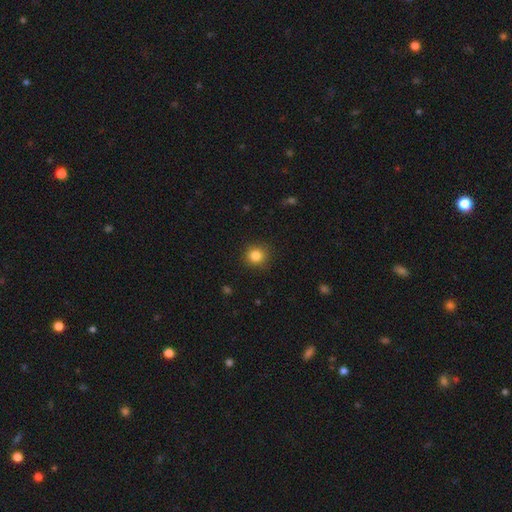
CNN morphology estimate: Overall: smooth (84%). How rounded: round (92%). Merging: none (90%).